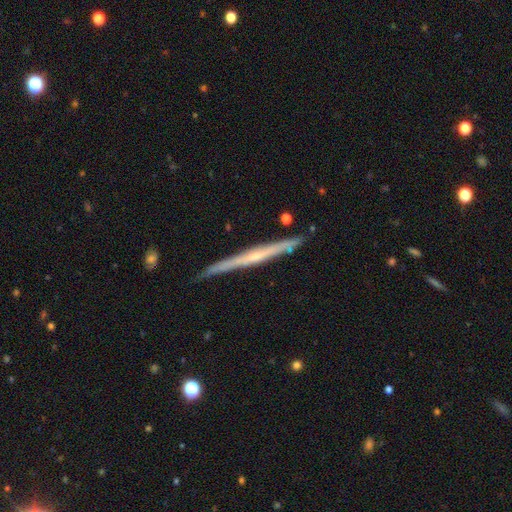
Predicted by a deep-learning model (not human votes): A featured or disk galaxy (70%) viewed edge-on (97%) with no central bulge (54%).

Vote fractions:
- Smooth or featured? featured or disk: 70% / smooth: 25% / star or artifact: 6%
- Edge-on disk? yes: 97% / no: 3%
- Edge-on bulge? none: 54% / rounded: 40% / boxy: 6%
- Merging? none: 86% / minor disturbance: 11% / major disturbance: 2% / merger: 2%